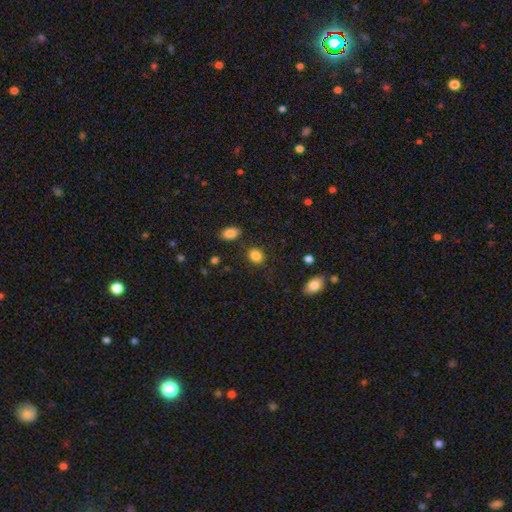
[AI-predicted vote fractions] The model was most divided on "how rounded": round: 61%, in between: 38%, cigar-shaped: 1%. More confident: smooth or featured — smooth (86%); merging — none (85%).